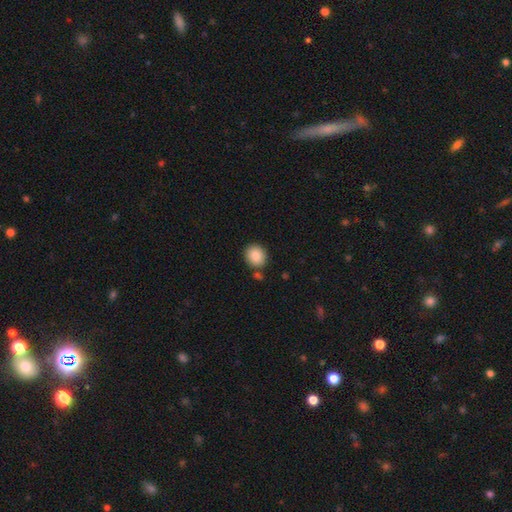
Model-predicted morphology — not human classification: smooth_or_featured: smooth (p=0.87) [alt: star or artifact p=0.08]
how_rounded: round (p=0.77) [alt: in between p=0.22]
merging: none (p=0.81) [alt: minor disturbance p=0.10]